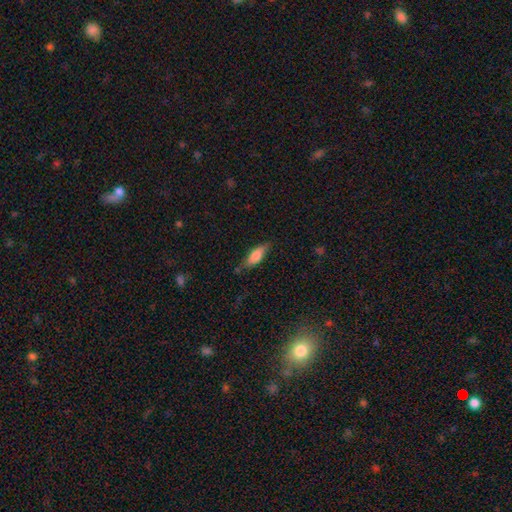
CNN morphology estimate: This appears to be a smooth galaxy with no disk features (74%) that is in between round and cigar-shaped (60%). Merging: none (72%).